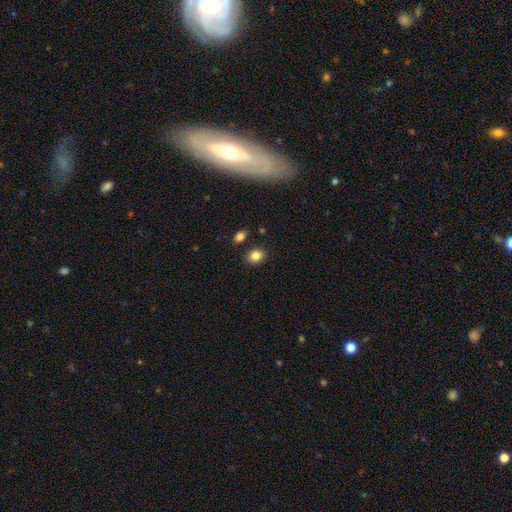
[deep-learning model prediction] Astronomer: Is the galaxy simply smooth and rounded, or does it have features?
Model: smooth — 84%.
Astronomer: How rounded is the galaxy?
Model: round — 57% (runner-up: in between, 42%).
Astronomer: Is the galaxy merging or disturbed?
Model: none — 84%.